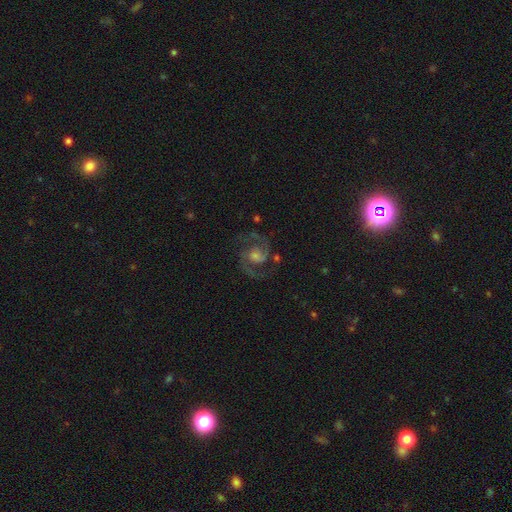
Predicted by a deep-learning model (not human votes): Overall: featured or disk (90%). Edge-on disk: no (98%). Bar: no (53%; weak 38%). Spiral arms: yes (98%). Spiral arm count: 2 (93%). Spiral winding: medium (65%). Bulge size: moderate (40%; small 37%). Merging: none (80%).